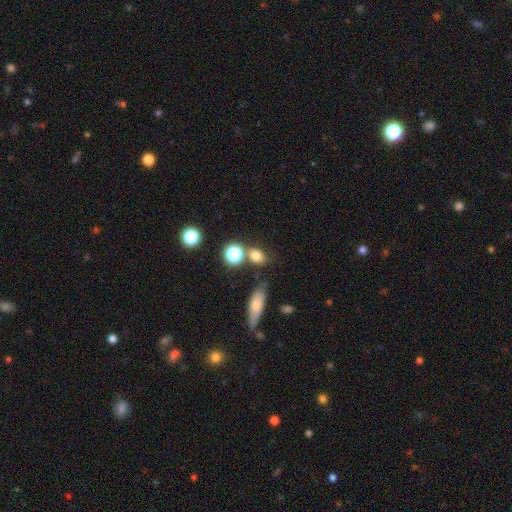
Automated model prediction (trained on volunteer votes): smooth_or_featured: smooth (p=0.77) [alt: star or artifact p=0.15]
how_rounded: in between (p=0.50) [alt: round p=0.46]
merging: none (p=0.67) [alt: merger p=0.15]